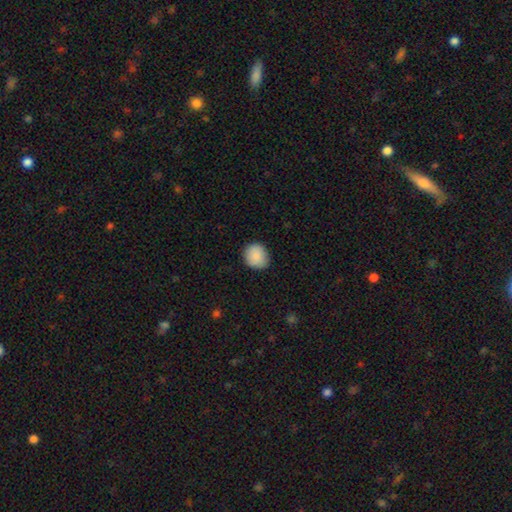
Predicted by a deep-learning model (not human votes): smooth_or_featured: smooth (p=0.89) [alt: star or artifact p=0.07]
how_rounded: round (p=0.78) [alt: in between p=0.22]
merging: none (p=0.84) [alt: minor disturbance p=0.13]